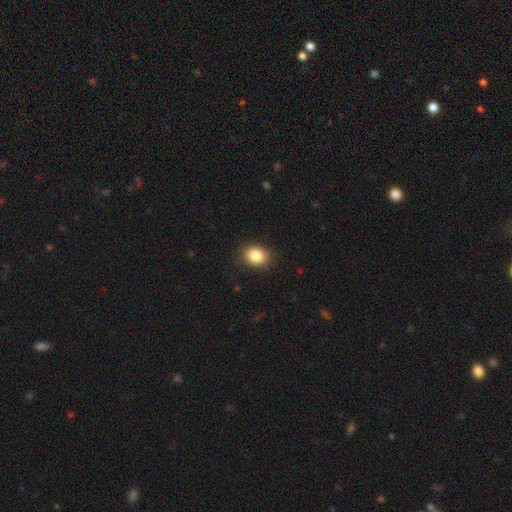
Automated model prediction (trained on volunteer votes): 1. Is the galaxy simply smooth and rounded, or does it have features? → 86% smooth, 9% star or artifact, 5% featured or disk.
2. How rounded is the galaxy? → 52% in between, 47% round, 1% cigar-shaped.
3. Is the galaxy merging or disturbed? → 86% none, 10% minor disturbance, 3% major disturbance, 1% merger.